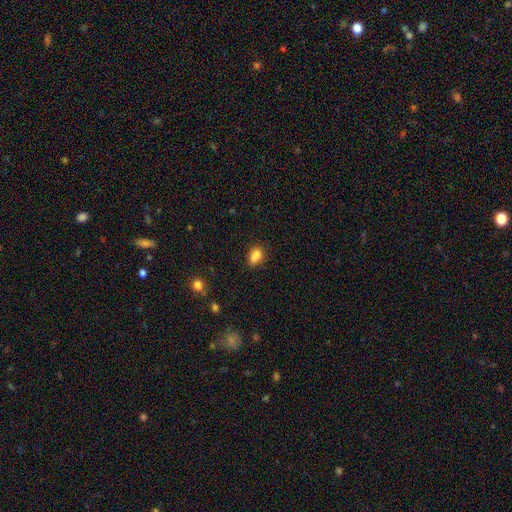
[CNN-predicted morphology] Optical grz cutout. It shows a smooth galaxy with no disk features (81%) that is in between round and cigar-shaped (75%). Merging: none (53%).